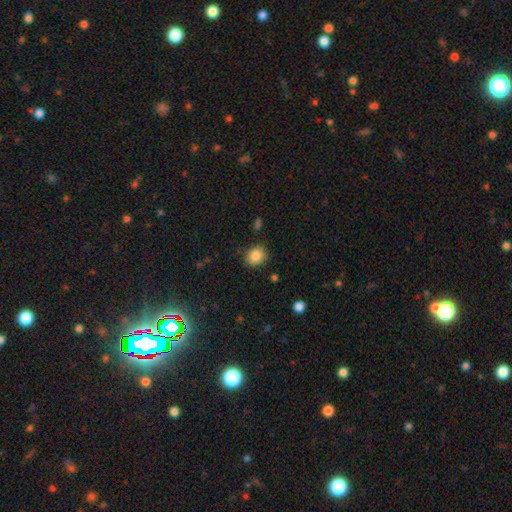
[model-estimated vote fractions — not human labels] smooth-or-featured: smooth: 87% | star or artifact: 9% | featured or disk: 4%
  how-rounded: round: 68% | in between: 31% | cigar-shaped: 1%
  merging: none: 83% | minor disturbance: 12% | major disturbance: 3% | merger: 2%